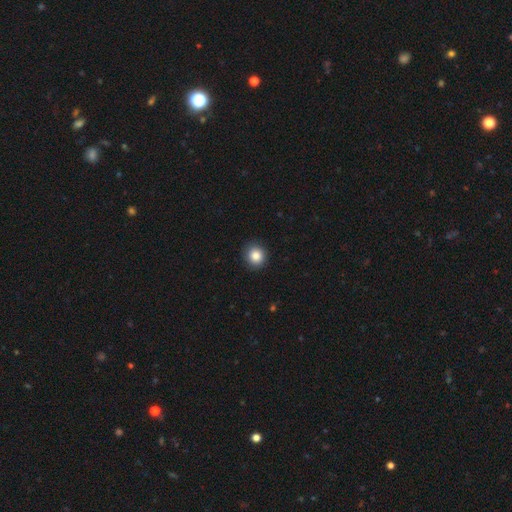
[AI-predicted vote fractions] Morphology: type=smooth (86%); roundness=round (90%); merging=none (91%).